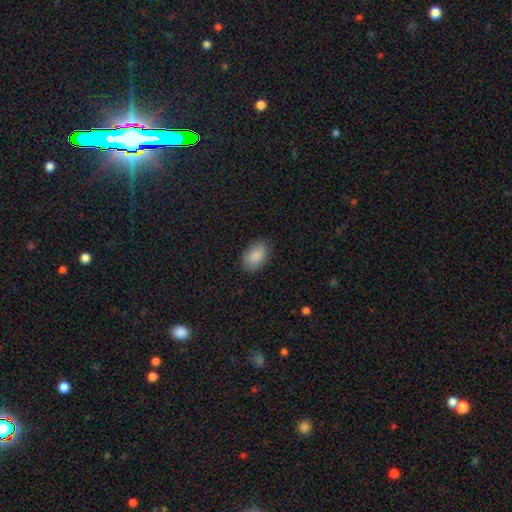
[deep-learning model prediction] Smooth or featured?
  - smooth: 88% *
  - star or artifact: 7%
  - featured or disk: 5%
How rounded?
  - in between: 88% *
  - round: 10%
  - cigar-shaped: 1%
Merging?
  - none: 81% *
  - minor disturbance: 15%
  - major disturbance: 3%
  - merger: 1%